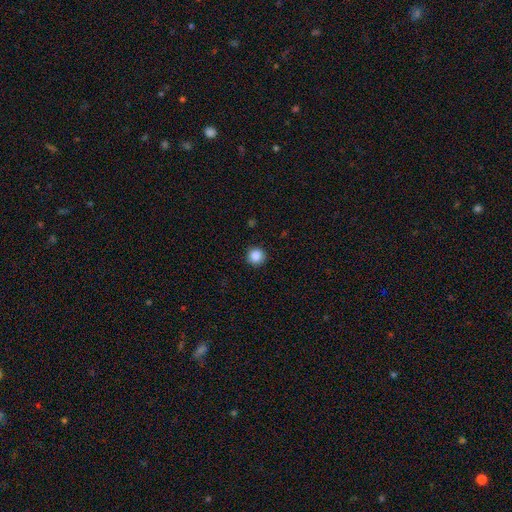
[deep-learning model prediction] The model was most divided on "smooth or featured": smooth: 87%, star or artifact: 10%, featured or disk: 3%. More confident: how rounded — round (95%); merging — none (91%).